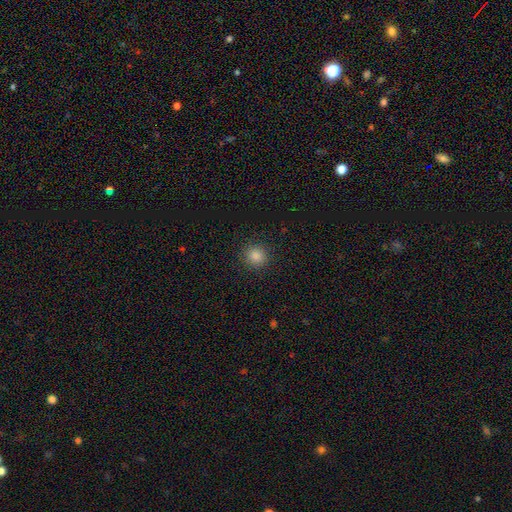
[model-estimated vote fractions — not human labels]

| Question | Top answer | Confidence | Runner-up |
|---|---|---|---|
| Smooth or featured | smooth | 84% | star or artifact (13%) |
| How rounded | round | 90% | in between (9%) |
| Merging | none | 91% | minor disturbance (6%) |